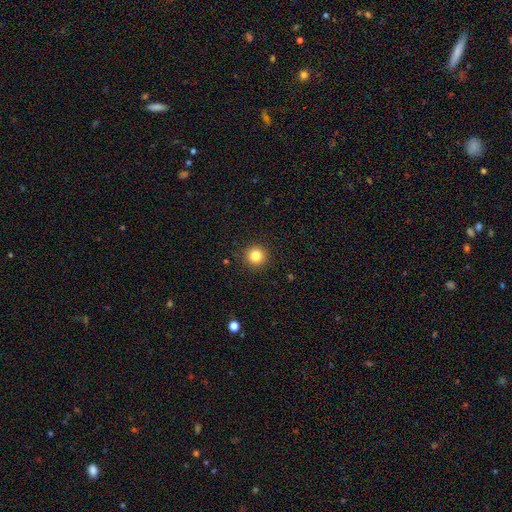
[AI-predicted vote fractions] smooth-or-featured: smooth: 83% | star or artifact: 11% | featured or disk: 5%
  how-rounded: round: 95% | in between: 4% | cigar-shaped: 1%
  merging: none: 92% | minor disturbance: 5% | major disturbance: 2% | merger: 1%